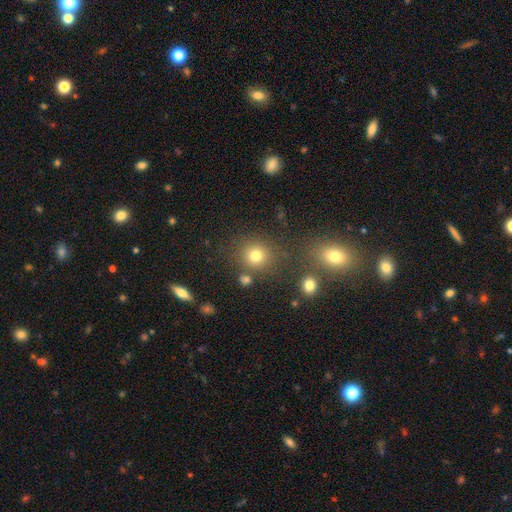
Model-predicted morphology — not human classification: Q: Smooth or featured?
A: smooth (76%); runner-up: star or artifact (17%)
Q: How rounded?
A: round (88%); runner-up: in between (11%)
Q: Merging?
A: none (78%); runner-up: minor disturbance (9%)